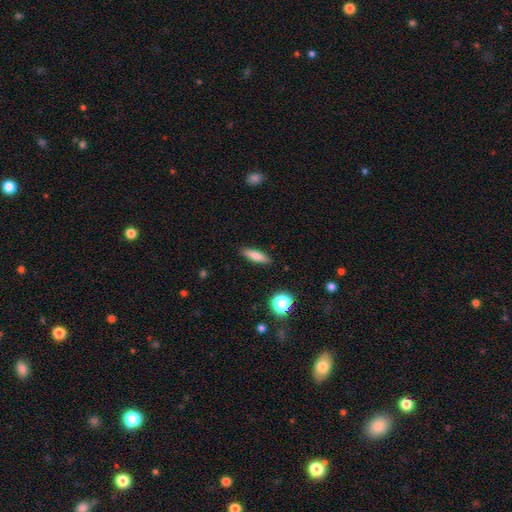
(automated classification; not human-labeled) Smooth or featured: smooth — 74% (featured or disk — 18%)
How rounded: cigar-shaped — 61% (in between — 35%)
Merging: none — 88% (minor disturbance — 8%)